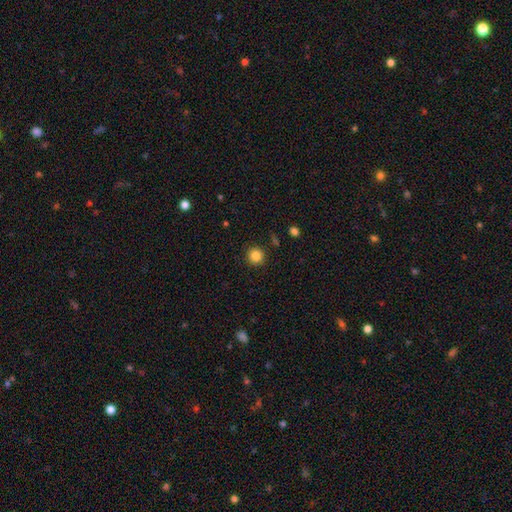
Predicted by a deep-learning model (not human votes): A smooth galaxy with no disk features (84%) that is round (94%).

Vote fractions:
- Smooth or featured? smooth: 84% / star or artifact: 11% / featured or disk: 5%
- How rounded? round: 94% / in between: 5% / cigar-shaped: 1%
- Merging? none: 91% / minor disturbance: 6% / major disturbance: 2% / merger: 1%